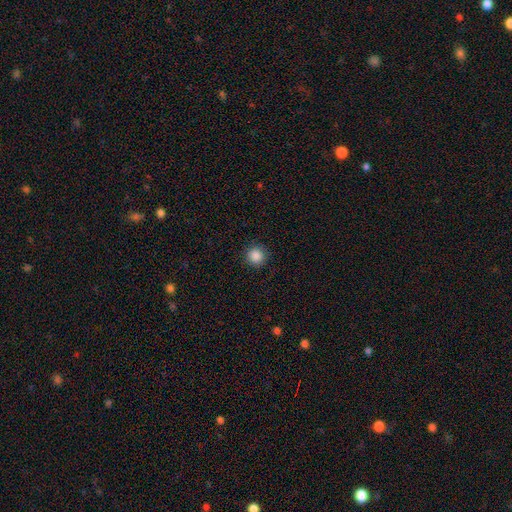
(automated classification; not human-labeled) Smooth or featured: smooth — 87% (star or artifact — 10%)
How rounded: round — 95% (in between — 4%)
Merging: none — 91% (minor disturbance — 6%)